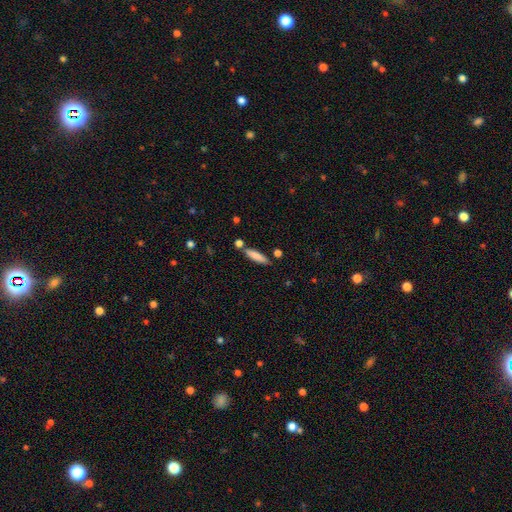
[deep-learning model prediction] A smooth galaxy with no disk features (82%) that is cigar-shaped (74%).

Vote fractions:
- Smooth or featured? smooth: 82% / featured or disk: 12% / star or artifact: 7%
- How rounded? cigar-shaped: 74% / in between: 25% / round: 2%
- Merging? none: 75% / minor disturbance: 13% / merger: 9% / major disturbance: 3%